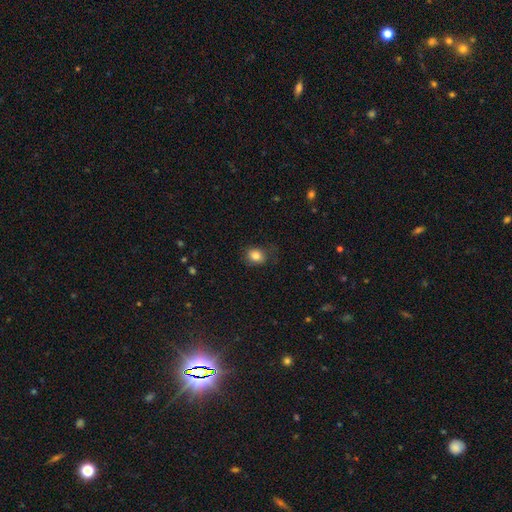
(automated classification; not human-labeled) This appears to be a smooth galaxy with no disk features (83%) that is round (54%). Merging: none (75%).